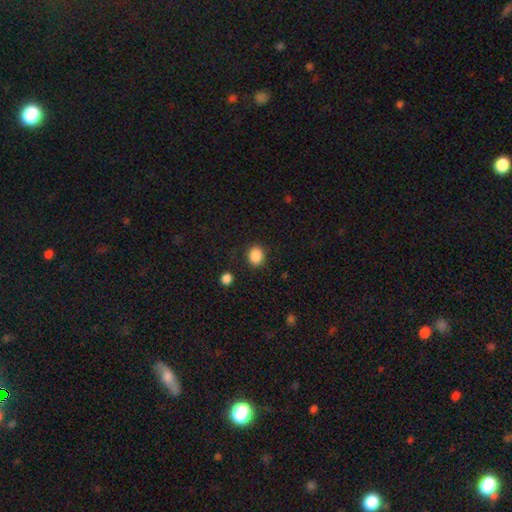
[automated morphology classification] A smooth galaxy with no disk features (88%) that is round (63%). Merging: none (85%).